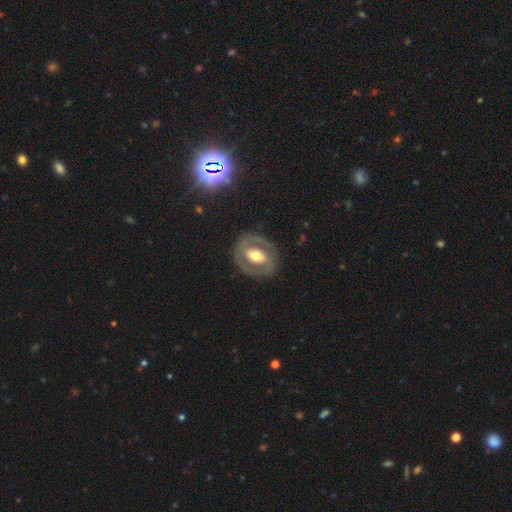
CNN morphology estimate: smooth_or_featured: featured or disk (p=0.69) [alt: smooth p=0.26]
disk_edge_on: no (p=0.95) [alt: yes p=0.05]
bar: no (p=0.43) [alt: weak p=0.31]
has_spiral_arms: yes (p=0.52) [alt: no p=0.48]
bulge_size: moderate (p=0.64) [alt: large p=0.23]
merging: none (p=0.80) [alt: minor disturbance p=0.12]